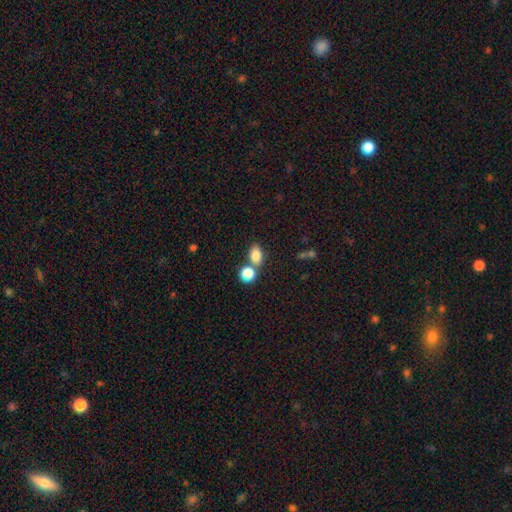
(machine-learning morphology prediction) Overall: smooth (83%). How rounded: in between (76%). Merging: none (55%; merger 32%).